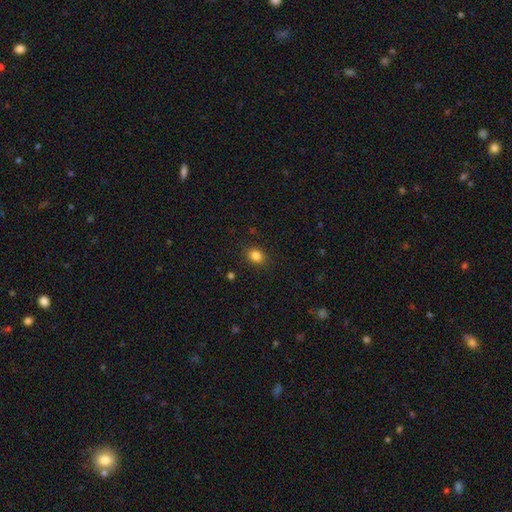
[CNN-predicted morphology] smooth_or_featured: smooth (p=0.84) [alt: star or artifact p=0.12]
how_rounded: round (p=0.55) [alt: in between p=0.44]
merging: none (p=0.87) [alt: minor disturbance p=0.09]